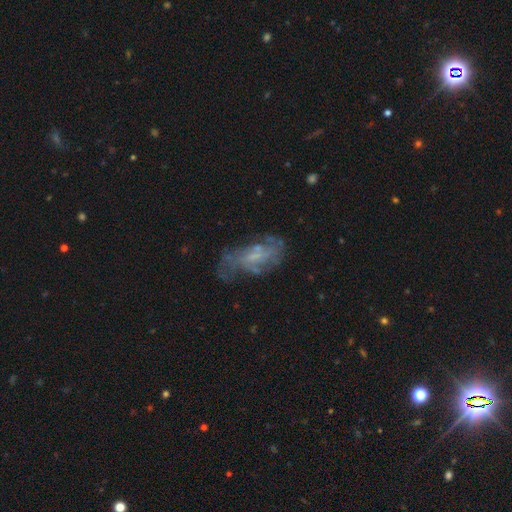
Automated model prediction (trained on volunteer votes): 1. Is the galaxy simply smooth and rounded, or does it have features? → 65% featured or disk, 24% smooth, 11% star or artifact.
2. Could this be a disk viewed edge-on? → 94% no, 6% yes.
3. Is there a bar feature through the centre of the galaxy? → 54% no, 38% weak, 8% strong.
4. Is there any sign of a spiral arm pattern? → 68% yes, 32% no.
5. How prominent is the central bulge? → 44% small, 34% none, 19% moderate, 2% large, 1% dominant.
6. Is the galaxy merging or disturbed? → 52% none, 23% minor disturbance, 21% major disturbance, 3% merger.